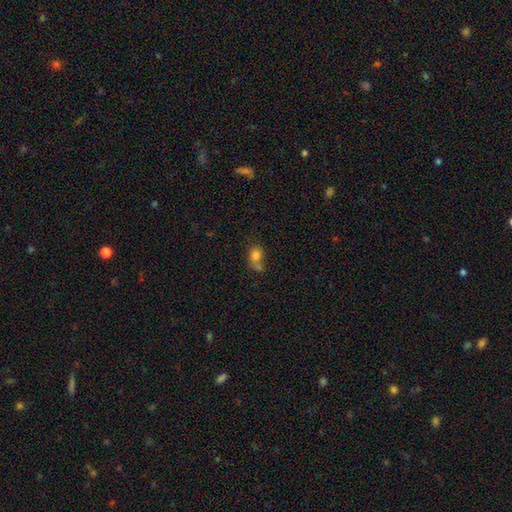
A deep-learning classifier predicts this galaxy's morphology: type=smooth (77%); roundness=round (52%); merging=none (34%).